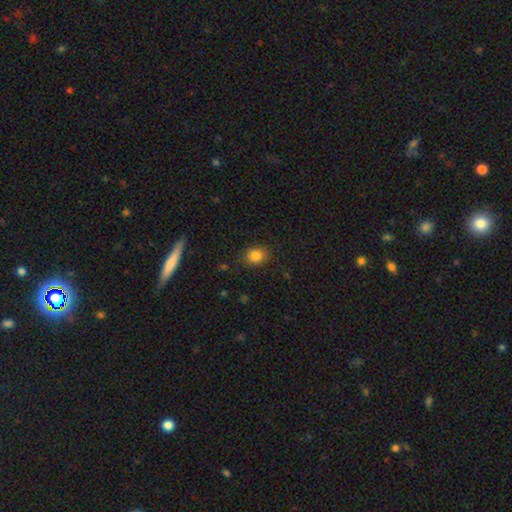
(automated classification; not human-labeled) This appears to be a smooth galaxy with no disk features (83%) that is round (56%). Merging: none (84%).